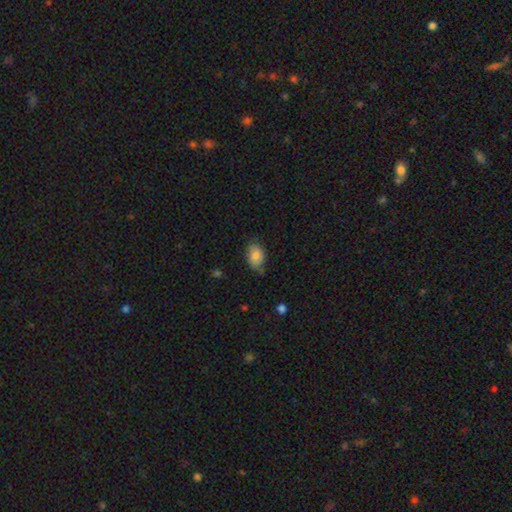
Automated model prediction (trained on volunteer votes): Morphology: type=smooth (82%); roundness=in between (85%); merging=none (66%).